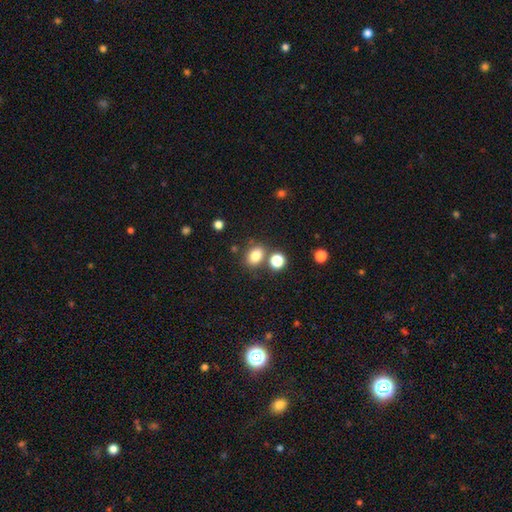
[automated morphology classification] smooth_or_featured: smooth (p=0.82) [alt: star or artifact p=0.12]
how_rounded: in between (p=0.60) [alt: round p=0.39]
merging: none (p=0.71) [alt: merger p=0.14]